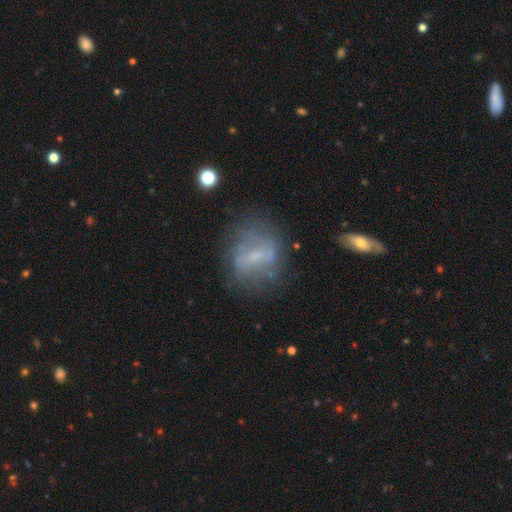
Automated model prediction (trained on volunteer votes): smooth_or_featured: featured or disk (p=0.54) [alt: smooth p=0.35]
disk_edge_on: no (p=0.94) [alt: yes p=0.06]
bar: weak (p=0.47) [alt: no p=0.32]
has_spiral_arms: no (p=0.58) [alt: yes p=0.42]
bulge_size: small (p=0.51) [alt: none p=0.27]
merging: none (p=0.59) [alt: minor disturbance p=0.22]